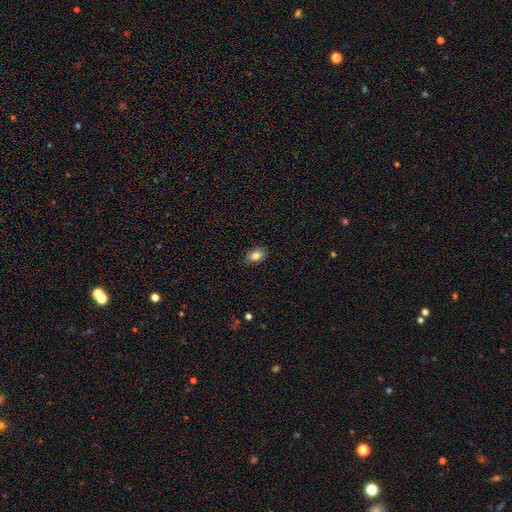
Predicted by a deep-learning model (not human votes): smooth-or-featured: smooth: 85% | star or artifact: 9% | featured or disk: 7%
  how-rounded: in between: 82% | round: 16% | cigar-shaped: 1%
  merging: none: 87% | minor disturbance: 10% | major disturbance: 2% | merger: 1%